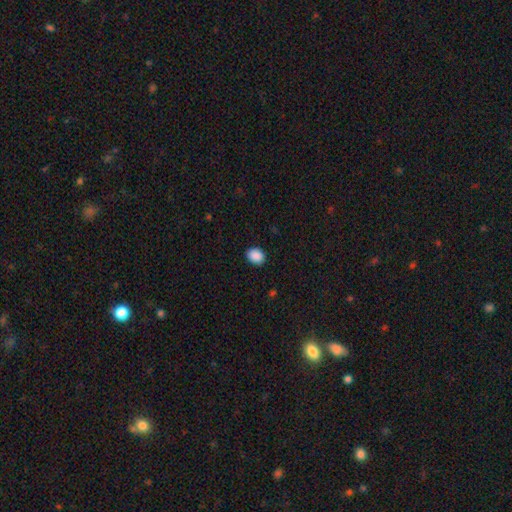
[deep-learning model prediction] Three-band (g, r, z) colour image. It shows a smooth galaxy with no disk features (90%) that is in between round and cigar-shaped (60%). Merging: none (89%).